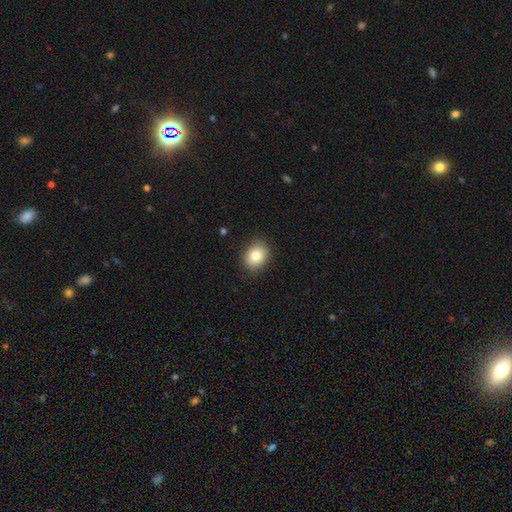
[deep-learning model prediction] Morphology: type=smooth (84%); roundness=round (53%); merging=none (87%).